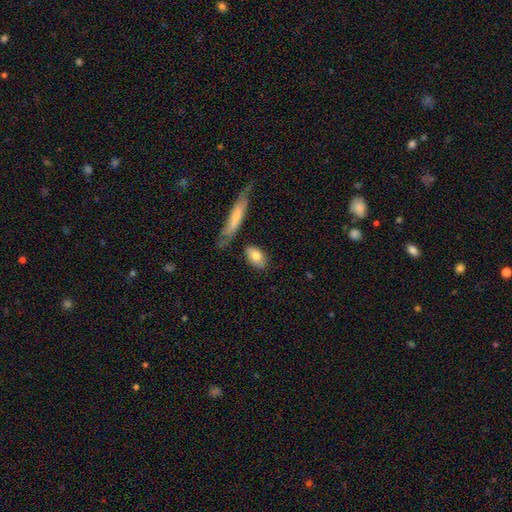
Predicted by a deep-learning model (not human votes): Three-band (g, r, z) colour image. It shows a smooth galaxy with no disk features (75%) that is in between round and cigar-shaped (84%). Merging: none (73%).